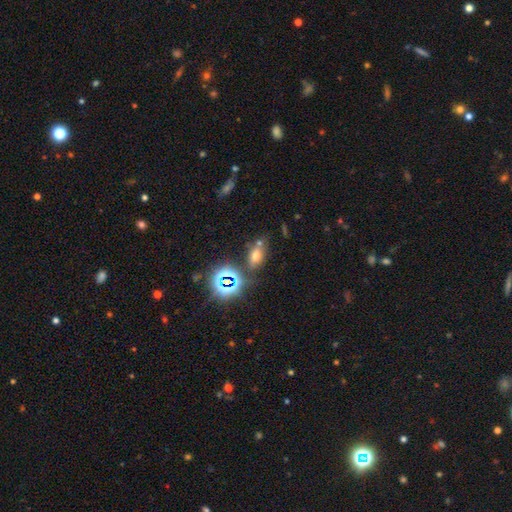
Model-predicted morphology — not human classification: smooth-or-featured: smooth: 59% | star or artifact: 29% | featured or disk: 12%
  how-rounded: in between: 78% | round: 19% | cigar-shaped: 3%
  merging: none: 66% | merger: 15% | minor disturbance: 14% | major disturbance: 5%